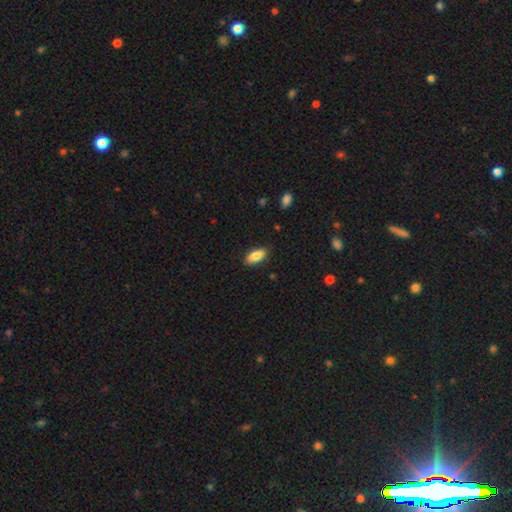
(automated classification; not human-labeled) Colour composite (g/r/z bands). It shows a smooth galaxy with no disk features (86%) that is in between round and cigar-shaped (88%). Merging: none (87%).